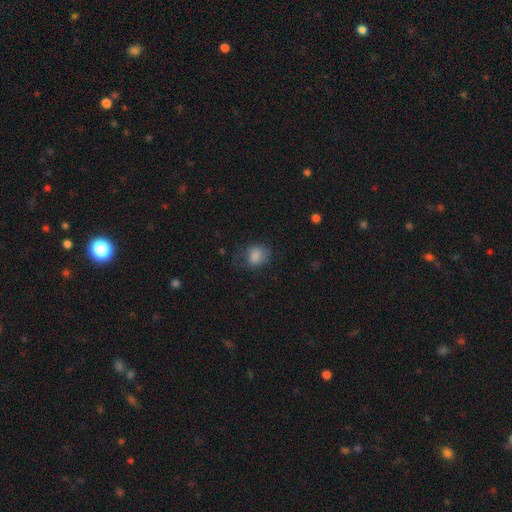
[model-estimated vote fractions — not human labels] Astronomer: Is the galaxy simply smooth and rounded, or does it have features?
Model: smooth — 82%.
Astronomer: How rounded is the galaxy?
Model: in between — 54% (runner-up: round, 45%).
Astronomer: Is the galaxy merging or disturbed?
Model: none — 57%.